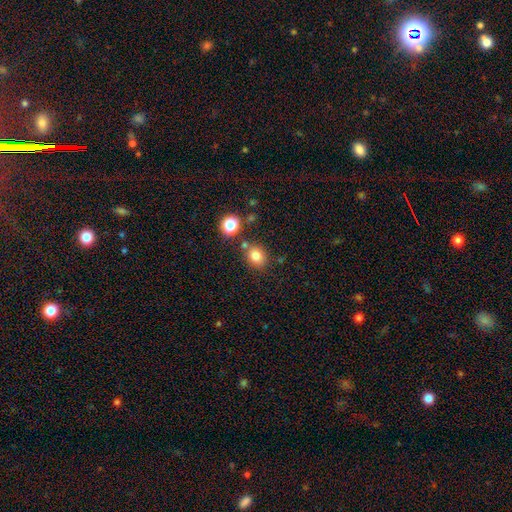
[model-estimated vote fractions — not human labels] The model was most divided on "how rounded": round: 67%, in between: 33%, cigar-shaped: 1%. More confident: smooth or featured — smooth (80%); merging — none (75%).